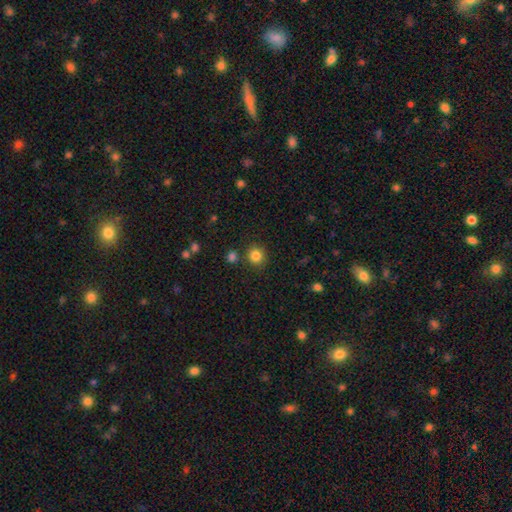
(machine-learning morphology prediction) This is clearly a smooth galaxy (84%). How rounded: clearly round (91%). Merging: clearly none (85%).